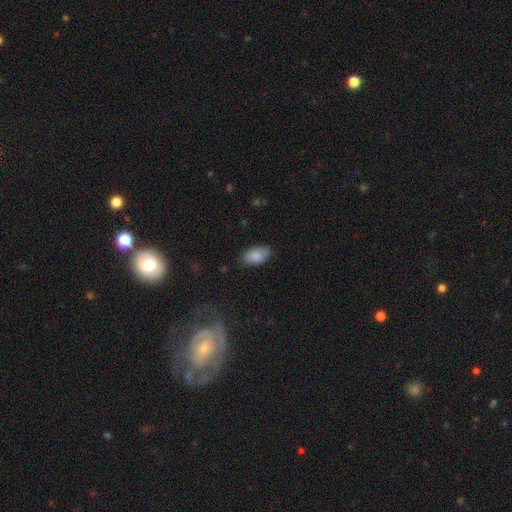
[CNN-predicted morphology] The model was most divided on "merging": none: 79%, minor disturbance: 17%, major disturbance: 3%, merger: 1%. More confident: how rounded — in between (93%); smooth or featured — smooth (87%).